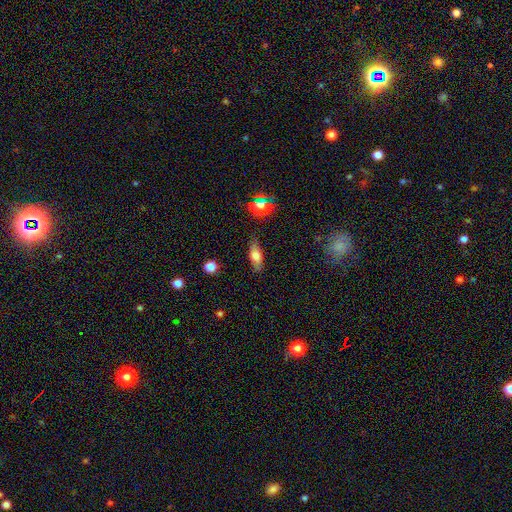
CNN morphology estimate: Overall: smooth (66%). How rounded: in between (67%; cigar-shaped 28%). Merging: none (81%).